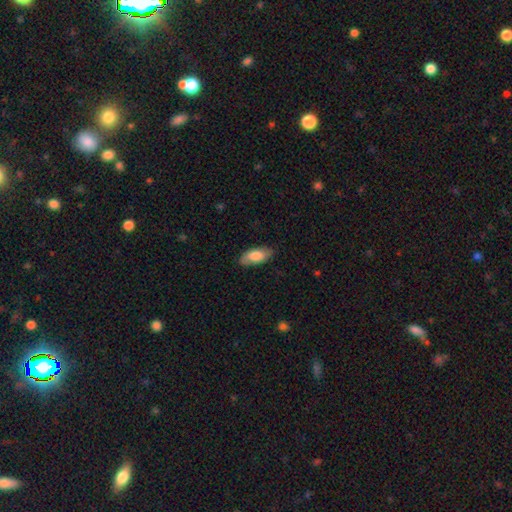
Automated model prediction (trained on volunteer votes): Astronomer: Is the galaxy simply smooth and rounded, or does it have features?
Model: smooth — 75%.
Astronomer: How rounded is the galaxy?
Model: in between — 88%.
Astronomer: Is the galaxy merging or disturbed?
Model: none — 79%.